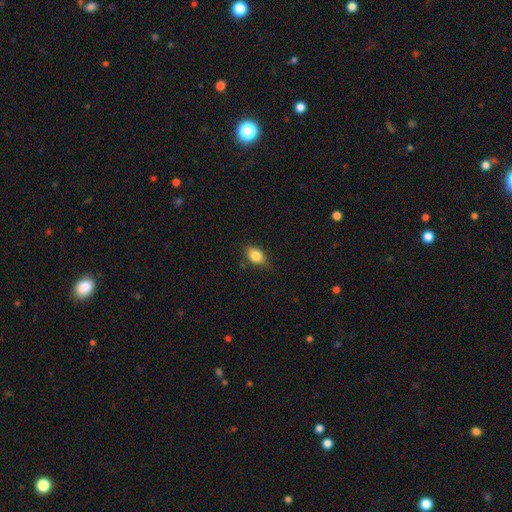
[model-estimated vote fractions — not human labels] Q: Smooth or featured?
A: smooth (83%); runner-up: featured or disk (9%)
Q: How rounded?
A: in between (84%); runner-up: round (13%)
Q: Merging?
A: none (75%); runner-up: minor disturbance (20%)